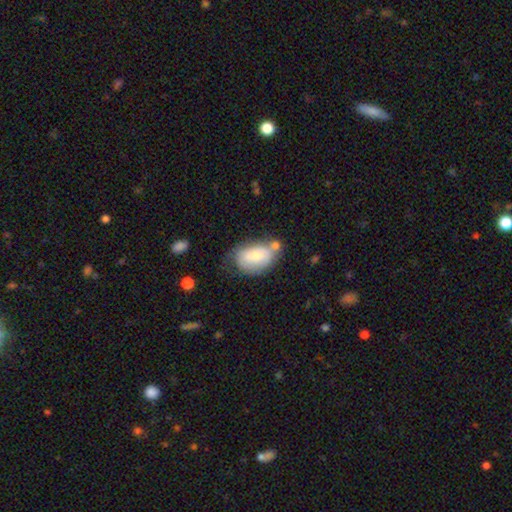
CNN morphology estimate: smooth-or-featured: smooth: 69% | featured or disk: 25% | star or artifact: 7%
  how-rounded: in between: 88% | round: 11% | cigar-shaped: 2%
  merging: none: 38% | minor disturbance: 28% | merger: 22% | major disturbance: 12%